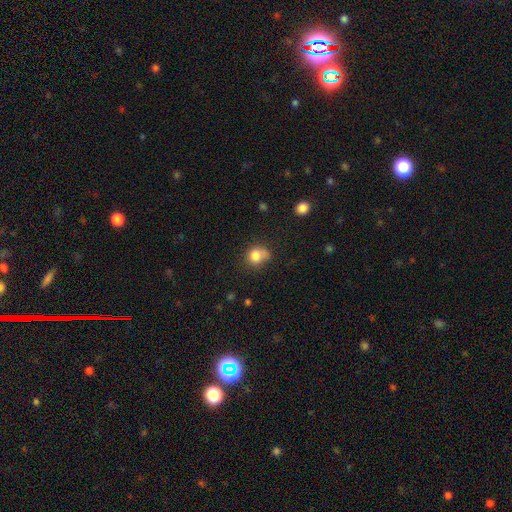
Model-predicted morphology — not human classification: type=smooth (80%); roundness=round (72%); merging=none (50%).